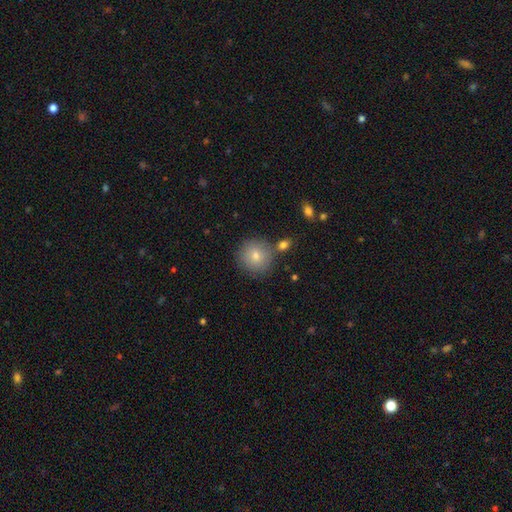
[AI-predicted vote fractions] Smooth or featured? smooth (77%)
How rounded? round (94%)
Merging? none (82%)